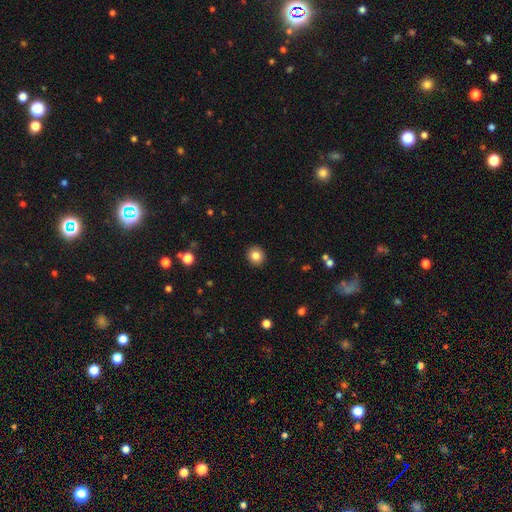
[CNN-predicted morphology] Overall: smooth (84%). How rounded: round (82%). Merging: none (92%).